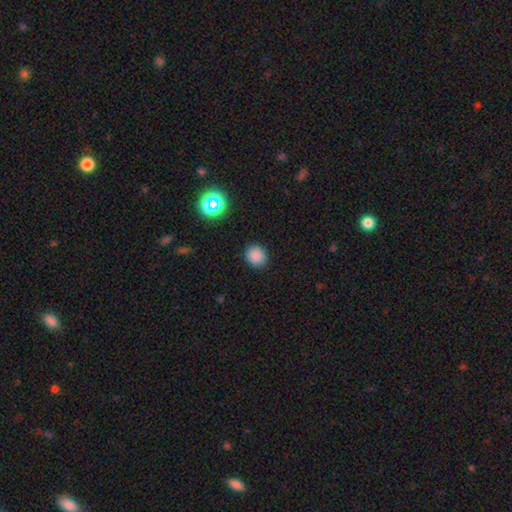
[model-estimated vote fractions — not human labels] Smooth or featured? Predicted: smooth (p=0.84). How rounded? Predicted: round (p=0.77). Merging? Predicted: none (p=0.88).